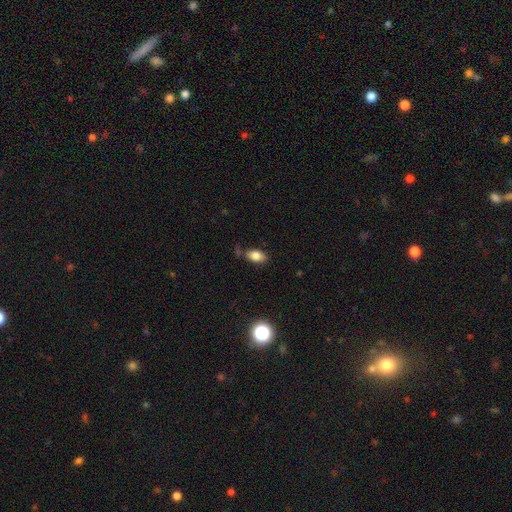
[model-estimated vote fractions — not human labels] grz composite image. It shows a smooth galaxy with no disk features (79%) that is in between round and cigar-shaped (90%). Merging: none (72%).